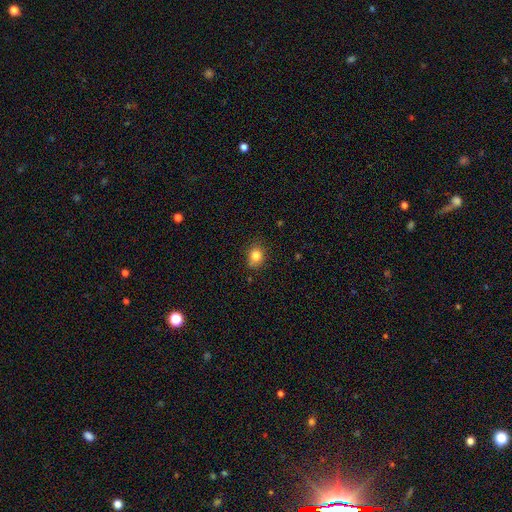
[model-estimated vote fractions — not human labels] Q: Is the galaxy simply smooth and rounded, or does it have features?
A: smooth — 83%.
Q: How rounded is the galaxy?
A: round — 60%.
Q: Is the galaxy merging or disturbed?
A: none — 76%.